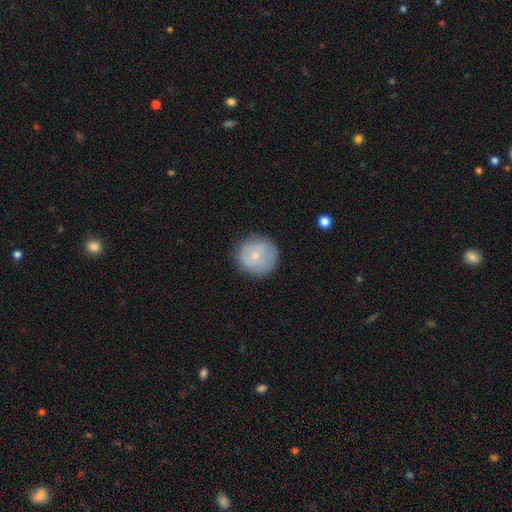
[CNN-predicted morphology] A smooth galaxy with no disk features (59%) that is round (94%).

Vote fractions:
- Smooth or featured? smooth: 59% / featured or disk: 34% / star or artifact: 7%
- How rounded? round: 94% / in between: 5% / cigar-shaped: 1%
- Merging? none: 85% / minor disturbance: 11% / major disturbance: 3% / merger: 1%